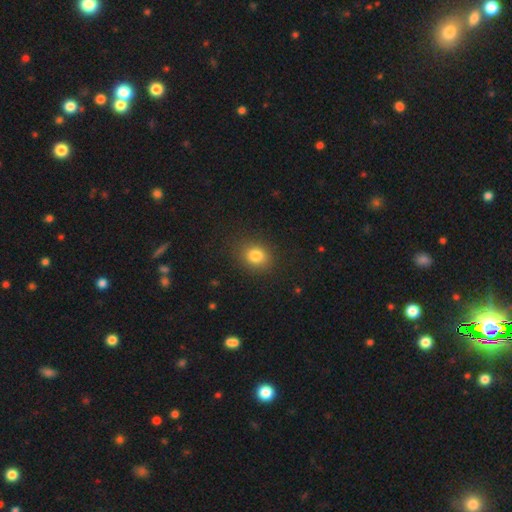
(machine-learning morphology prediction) smooth-or-featured: smooth: 82% | star or artifact: 12% | featured or disk: 7%
  how-rounded: round: 63% | in between: 36% | cigar-shaped: 1%
  merging: none: 87% | minor disturbance: 9% | major disturbance: 3% | merger: 1%